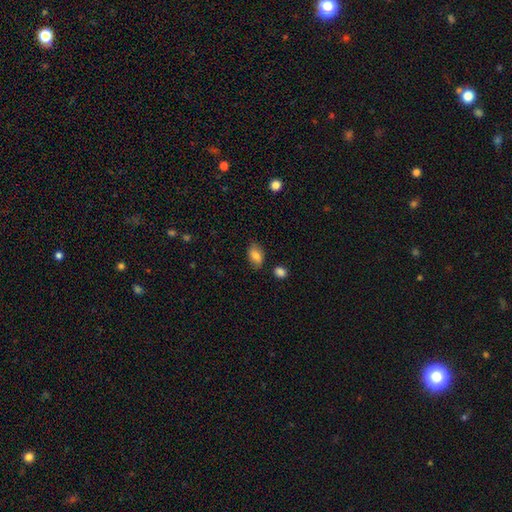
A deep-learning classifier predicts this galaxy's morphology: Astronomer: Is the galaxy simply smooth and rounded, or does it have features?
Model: smooth — 80%.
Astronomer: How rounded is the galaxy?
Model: in between — 89%.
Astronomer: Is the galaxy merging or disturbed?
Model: none — 78%.